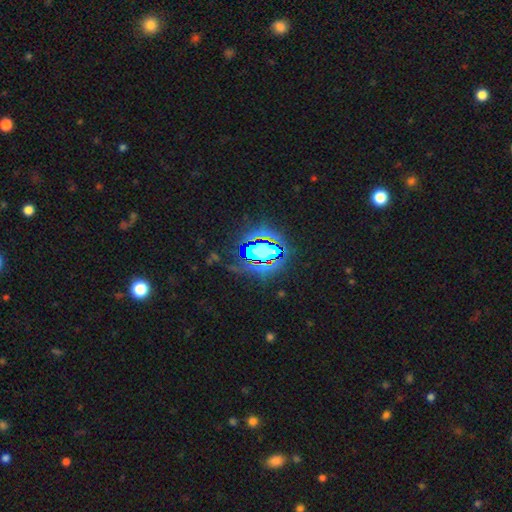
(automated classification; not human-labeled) Q: Smooth or featured?
A: star or artifact (74%); runner-up: smooth (14%)